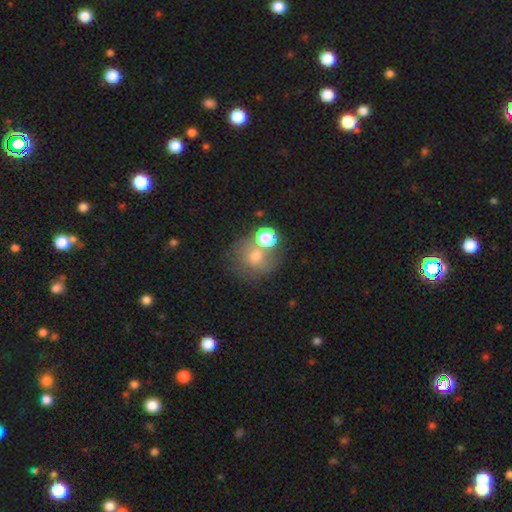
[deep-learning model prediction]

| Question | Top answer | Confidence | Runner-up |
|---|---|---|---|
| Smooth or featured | smooth | 68% | featured or disk (19%) |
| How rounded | round | 73% | in between (26%) |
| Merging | merger | 46% | none (36%) |